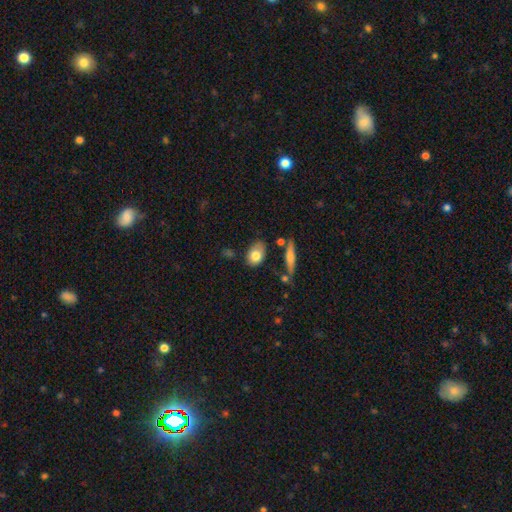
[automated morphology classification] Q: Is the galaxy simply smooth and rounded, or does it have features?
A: smooth — 78%.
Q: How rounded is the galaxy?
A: in between — 81%.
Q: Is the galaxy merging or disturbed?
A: none — 66%.